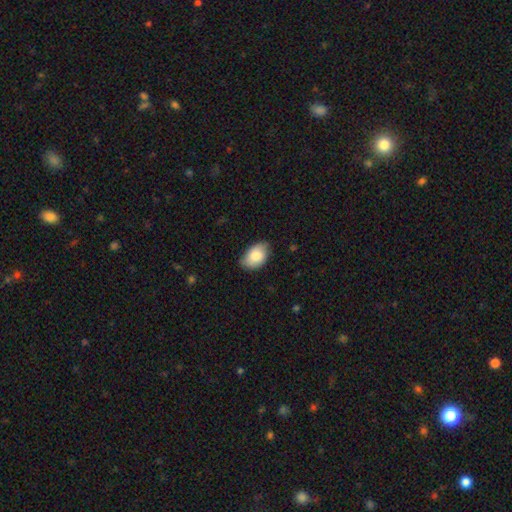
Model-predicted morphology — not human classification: Smooth or featured? Predicted: smooth (p=0.82). How rounded? Predicted: in between (p=0.89). Merging? Predicted: none (p=0.73).